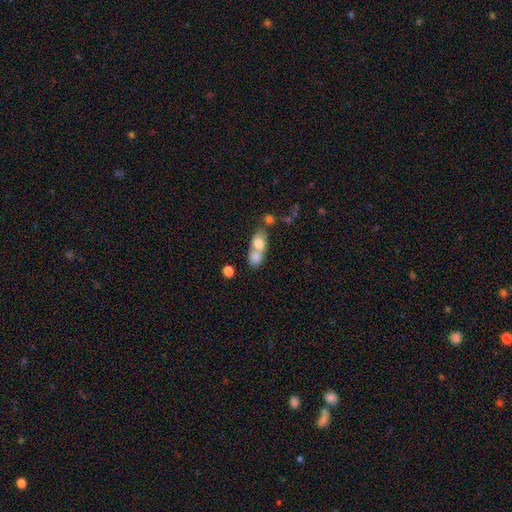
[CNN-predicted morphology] The model was most divided on "how rounded": in between: 61%, round: 33%, cigar-shaped: 6%. More confident: smooth or featured — smooth (70%); merging — merger (67%).